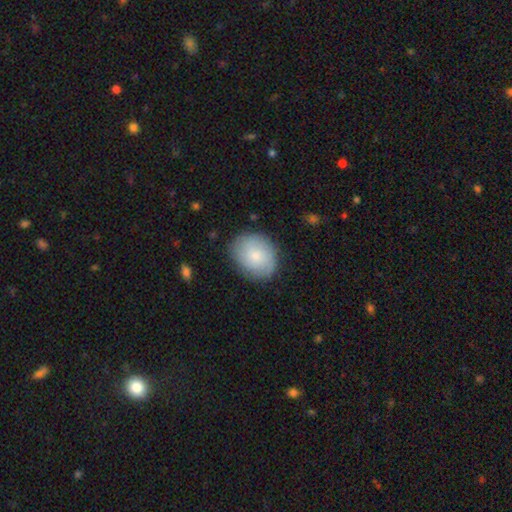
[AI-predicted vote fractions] Morphology: type=smooth (77%); roundness=round (50%); merging=none (81%).